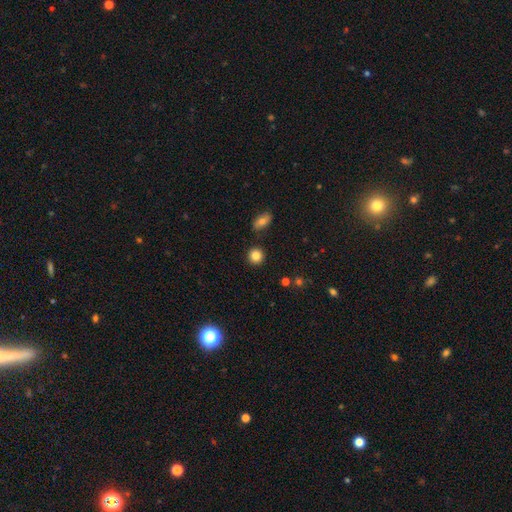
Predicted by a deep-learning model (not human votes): Smooth or featured? smooth (84%)
How rounded? round (90%)
Merging? none (88%)